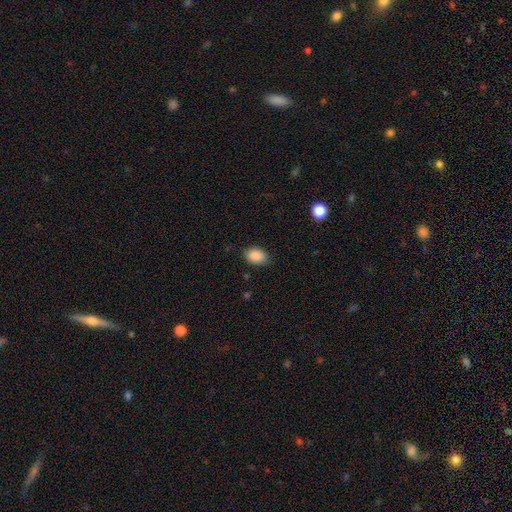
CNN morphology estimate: smooth-or-featured: smooth: 89% | star or artifact: 8% | featured or disk: 4%
  how-rounded: in between: 81% | round: 18% | cigar-shaped: 1%
  merging: none: 84% | minor disturbance: 12% | major disturbance: 3% | merger: 1%